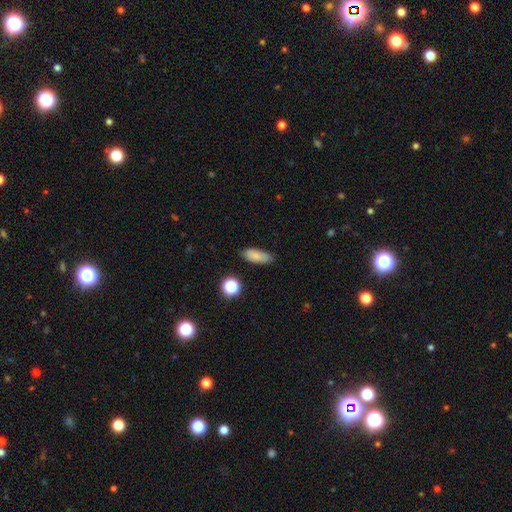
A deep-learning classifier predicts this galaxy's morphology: smooth_or_featured: smooth (p=0.80) [alt: featured or disk p=0.11]
how_rounded: in between (p=0.77) [alt: cigar-shaped p=0.19]
merging: none (p=0.78) [alt: minor disturbance p=0.16]